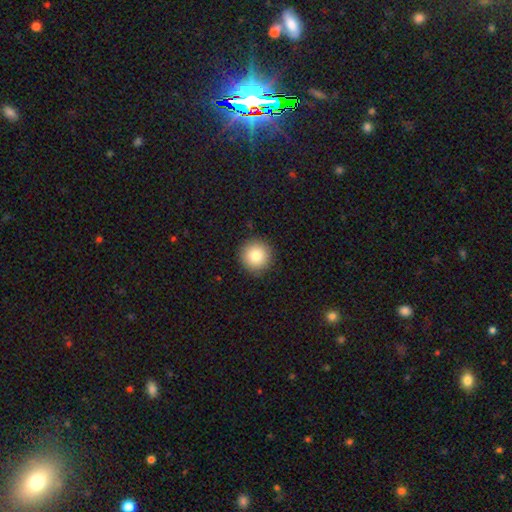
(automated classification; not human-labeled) Smooth or featured? smooth (84%)
How rounded? round (95%)
Merging? none (91%)